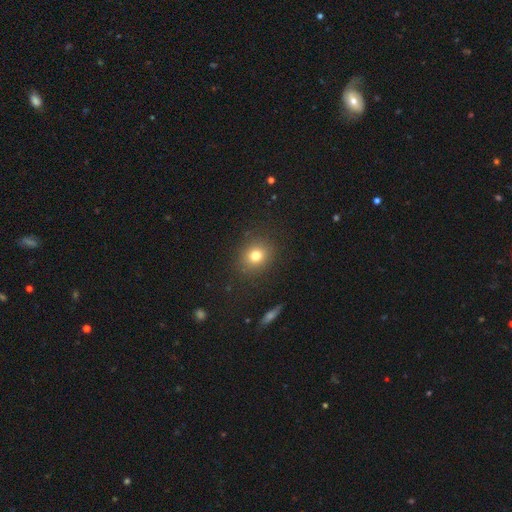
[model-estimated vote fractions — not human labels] smooth 77%, star or artifact 14%, featured or disk 9%. Down the decision tree: how rounded — round (75%); merging — none (87%).